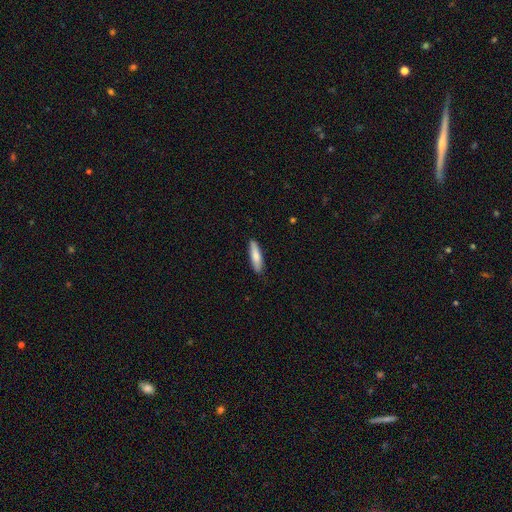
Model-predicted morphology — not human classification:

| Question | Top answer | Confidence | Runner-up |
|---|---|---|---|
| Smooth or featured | smooth | 76% | featured or disk (18%) |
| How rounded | cigar-shaped | 70% | in between (29%) |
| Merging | none | 87% | minor disturbance (10%) |